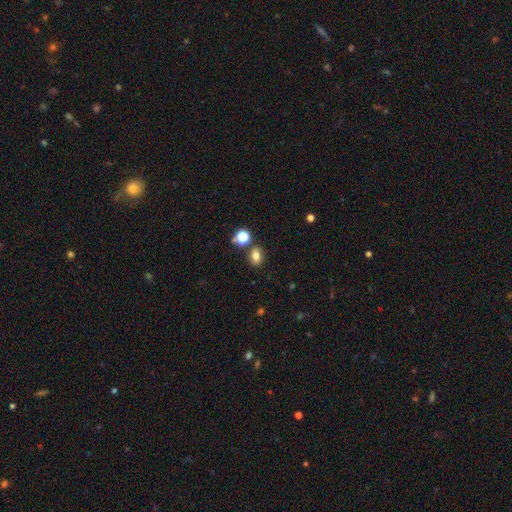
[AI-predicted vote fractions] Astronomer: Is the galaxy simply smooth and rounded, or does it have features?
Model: smooth — 76%.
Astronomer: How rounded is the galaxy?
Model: in between — 62%.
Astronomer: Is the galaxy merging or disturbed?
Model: none — 76%.